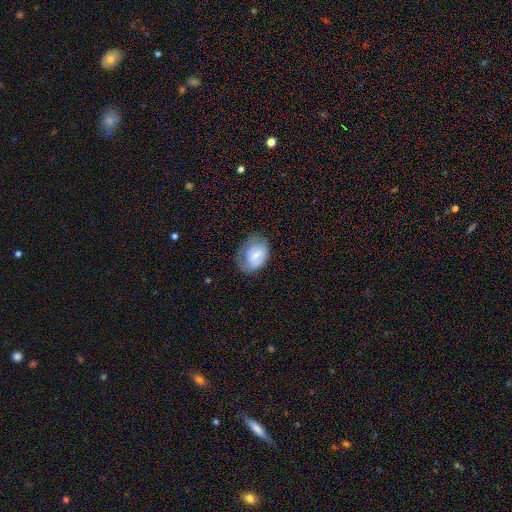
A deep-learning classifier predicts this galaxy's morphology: Q: Smooth or featured?
A: smooth (62%); runner-up: featured or disk (31%)
Q: How rounded?
A: in between (74%); runner-up: round (25%)
Q: Merging?
A: none (54%); runner-up: minor disturbance (30%)